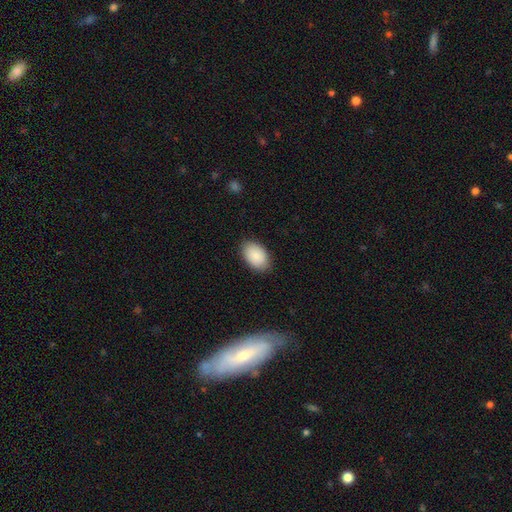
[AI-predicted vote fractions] Morphology: type=smooth (89%); roundness=in between (91%); merging=none (86%).